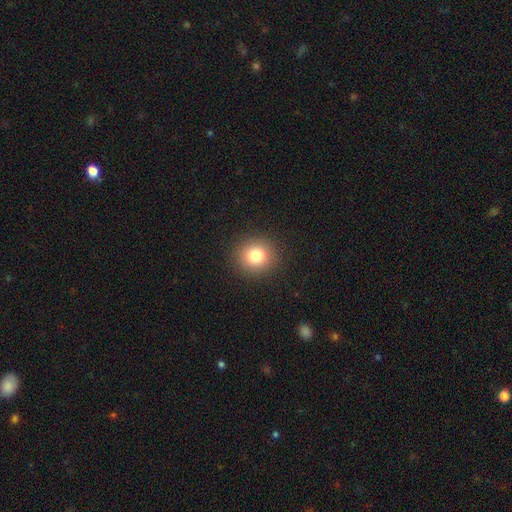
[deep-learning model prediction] The model was most divided on "smooth or featured": smooth: 82%, star or artifact: 11%, featured or disk: 7%. More confident: merging — none (91%); how rounded — round (87%).